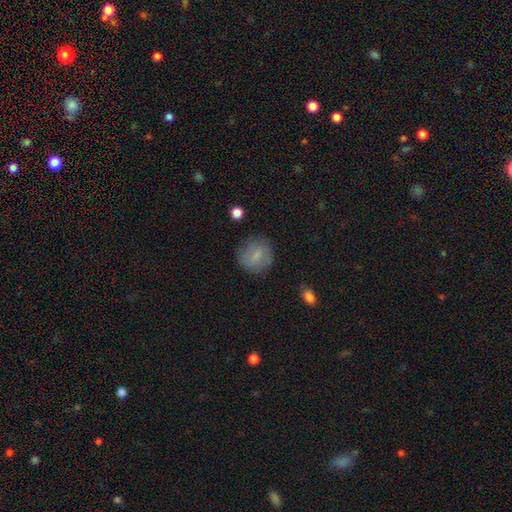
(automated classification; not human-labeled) This is likely a smooth galaxy (77%). How rounded: clearly round (87%). Merging: clearly none (80%).